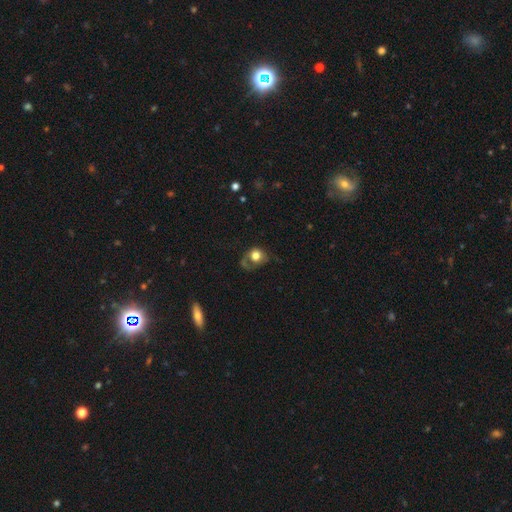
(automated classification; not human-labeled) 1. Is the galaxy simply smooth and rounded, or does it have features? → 66% smooth, 24% featured or disk, 10% star or artifact.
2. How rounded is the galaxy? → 68% round, 31% in between, 1% cigar-shaped.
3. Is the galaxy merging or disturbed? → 38% major disturbance, 34% none, 24% minor disturbance, 4% merger.